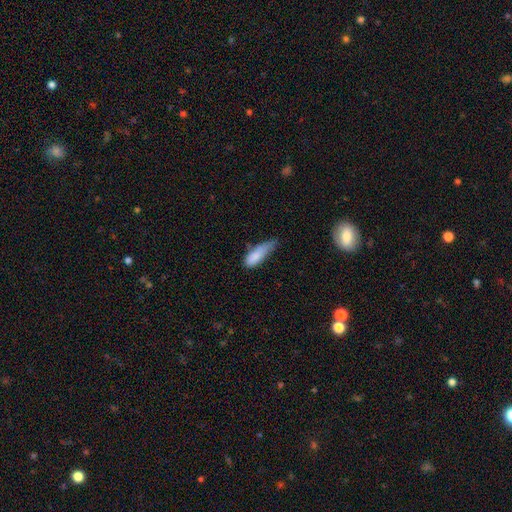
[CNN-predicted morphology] smooth-or-featured: smooth: 82% | featured or disk: 11% | star or artifact: 8%
  how-rounded: in between: 61% | cigar-shaped: 36% | round: 2%
  merging: minor disturbance: 48% | none: 25% | major disturbance: 22% | merger: 5%